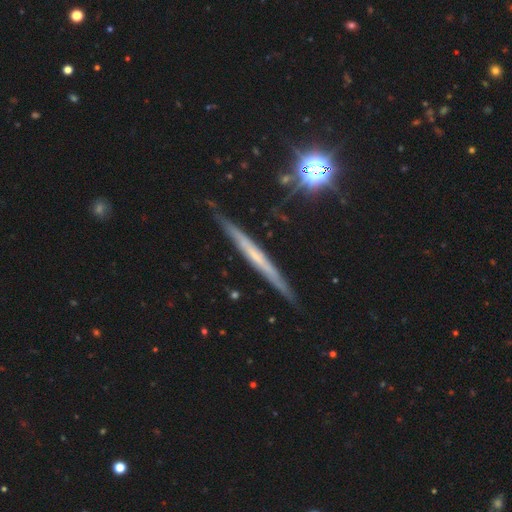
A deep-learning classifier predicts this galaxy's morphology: Overall: featured or disk (64%; smooth 27%). Edge-on disk: yes (96%). Edge-on bulge: none (82%). Merging: none (87%).